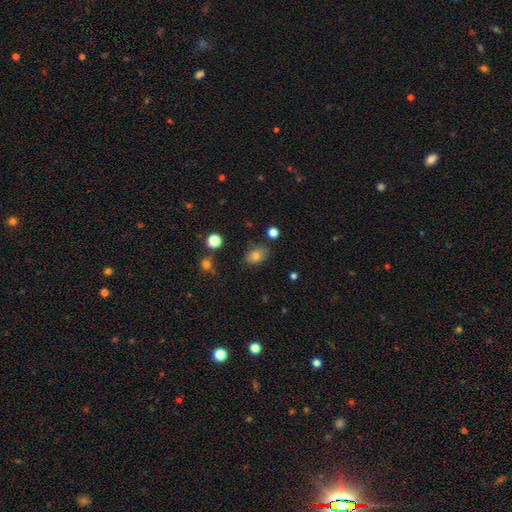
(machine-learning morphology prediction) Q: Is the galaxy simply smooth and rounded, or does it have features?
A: smooth — 79%.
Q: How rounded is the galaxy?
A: in between — 77%.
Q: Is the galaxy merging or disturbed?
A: none — 77%.